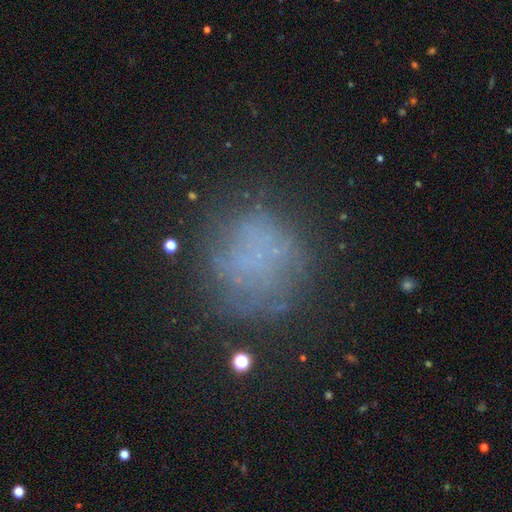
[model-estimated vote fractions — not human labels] Morphology: type=smooth (45%); merging=none (67%).